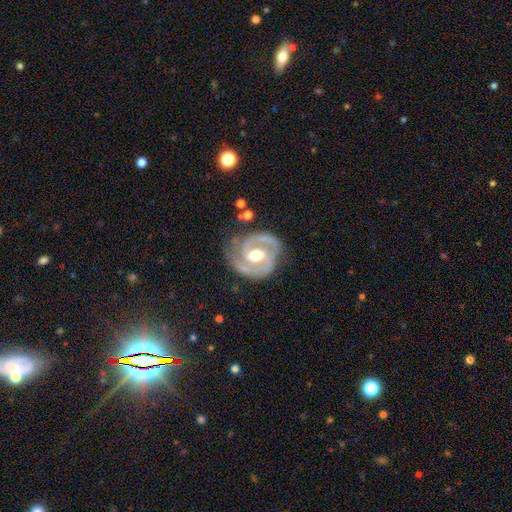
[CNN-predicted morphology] Overall: featured or disk (90%). Edge-on disk: no (98%). Bar: weak (45%; strong 28%). Spiral arms: yes (97%). Spiral arm count: 2 (87%). Spiral winding: tight (50%; medium 43%). Bulge size: moderate (76%). Merging: none (75%).